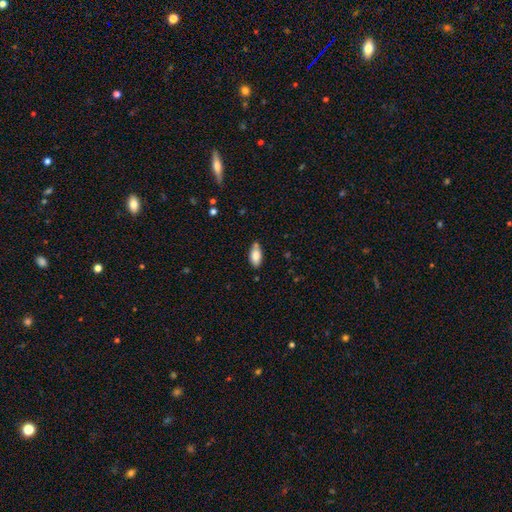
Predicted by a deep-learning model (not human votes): Smooth or featured? smooth (82%)
How rounded? in between (89%)
Merging? none (73%)